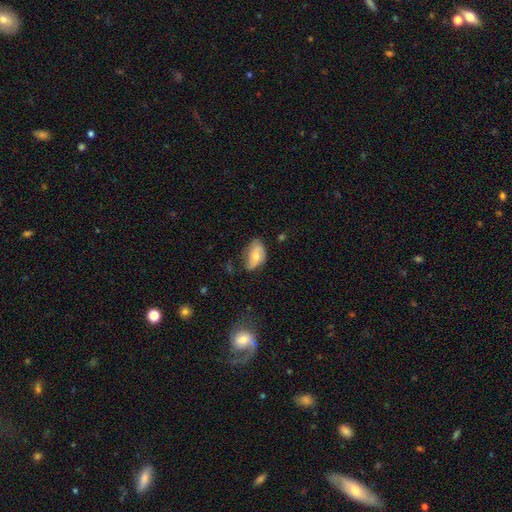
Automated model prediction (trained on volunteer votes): A smooth galaxy with no disk features (66%) that is in between round and cigar-shaped (92%).

Vote fractions:
- Smooth or featured? smooth: 66% / featured or disk: 27% / star or artifact: 7%
- How rounded? in between: 92% / round: 6% / cigar-shaped: 2%
- Merging? none: 44% / minor disturbance: 40% / major disturbance: 13% / merger: 3%